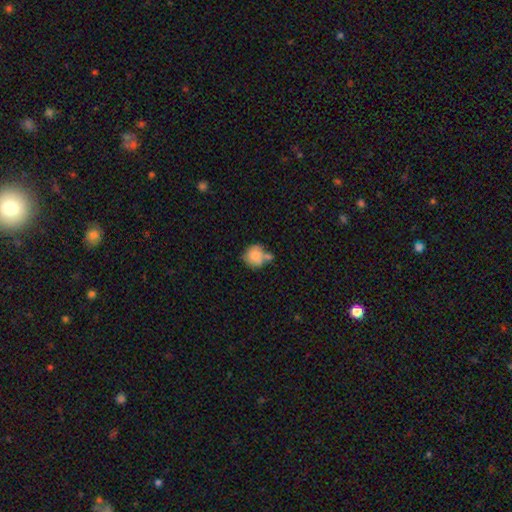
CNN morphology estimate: Smooth or featured? Predicted: smooth (p=0.80). How rounded? Predicted: round (p=0.84). Merging? Predicted: none (p=0.46).